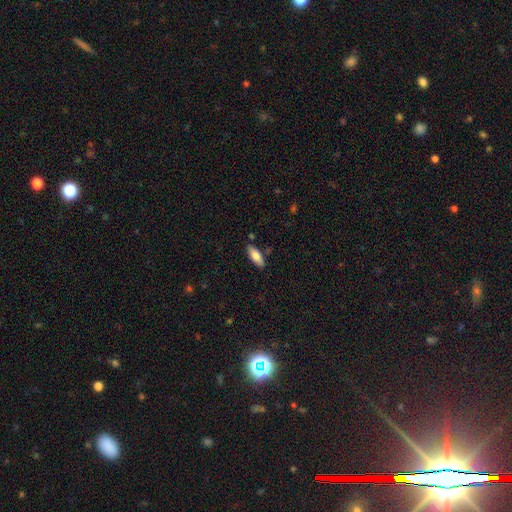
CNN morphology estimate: Overall: smooth (76%). How rounded: in between (73%). Merging: none (85%).